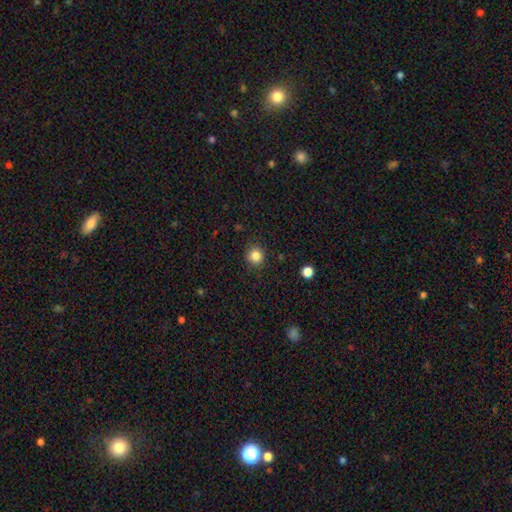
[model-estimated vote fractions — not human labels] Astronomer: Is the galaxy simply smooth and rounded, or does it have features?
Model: smooth — 84%.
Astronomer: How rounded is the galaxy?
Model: round — 92%.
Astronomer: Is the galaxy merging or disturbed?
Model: none — 89%.